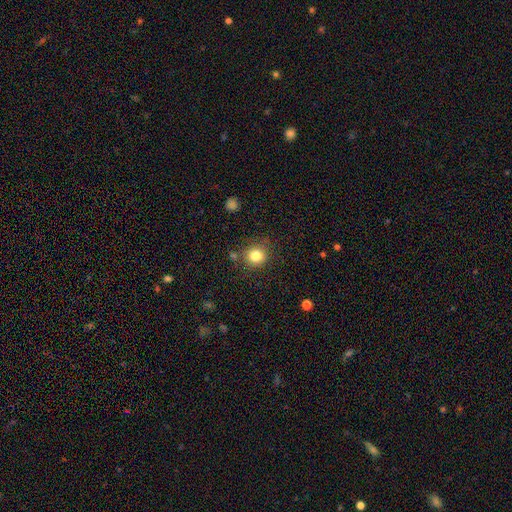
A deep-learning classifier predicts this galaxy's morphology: This is clearly a smooth galaxy (82%). How rounded: clearly round (86%). Merging: clearly none (82%).